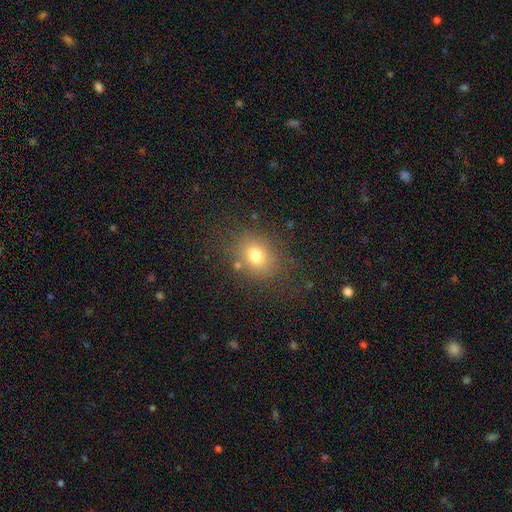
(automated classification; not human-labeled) Q: Smooth or featured?
A: smooth (75%); runner-up: star or artifact (14%)
Q: How rounded?
A: in between (52%); runner-up: round (47%)
Q: Merging?
A: none (78%); runner-up: minor disturbance (13%)